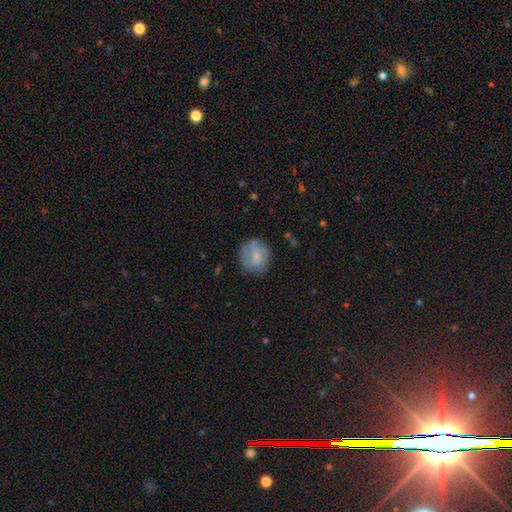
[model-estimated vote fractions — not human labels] A smooth galaxy with no disk features (61%) that is round (81%). Merging: none (73%).